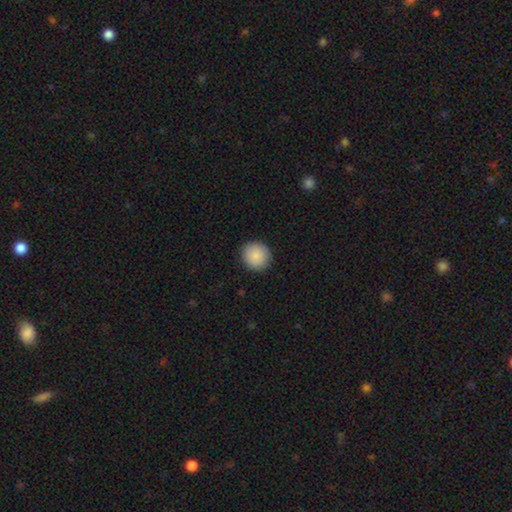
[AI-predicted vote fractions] smooth 88%, star or artifact 7%, featured or disk 5%. Down the decision tree: how rounded — round (93%); merging — none (92%).